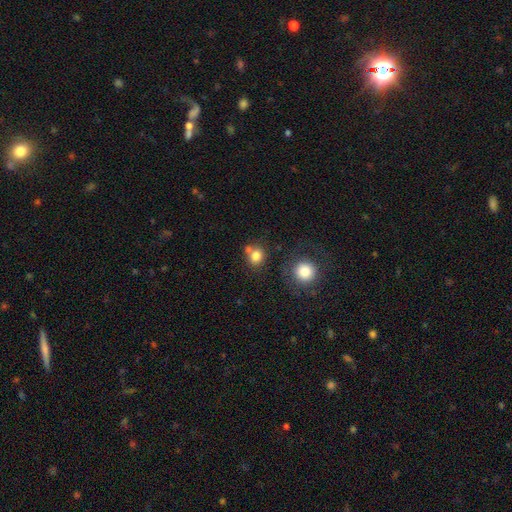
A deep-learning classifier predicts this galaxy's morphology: smooth-or-featured: smooth: 80% | star or artifact: 12% | featured or disk: 8%
  how-rounded: round: 79% | in between: 20% | cigar-shaped: 1%
  merging: none: 58% | merger: 25% | minor disturbance: 12% | major disturbance: 5%